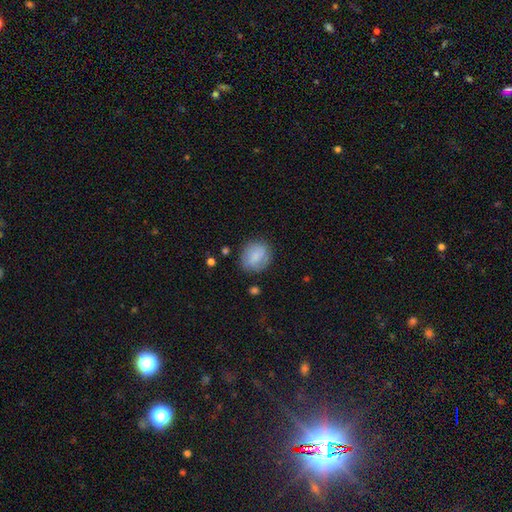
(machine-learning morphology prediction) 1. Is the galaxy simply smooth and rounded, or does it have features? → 76% smooth, 17% featured or disk, 8% star or artifact.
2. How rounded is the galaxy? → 69% round, 30% in between, 1% cigar-shaped.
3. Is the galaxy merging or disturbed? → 77% none, 16% minor disturbance, 5% major disturbance, 2% merger.